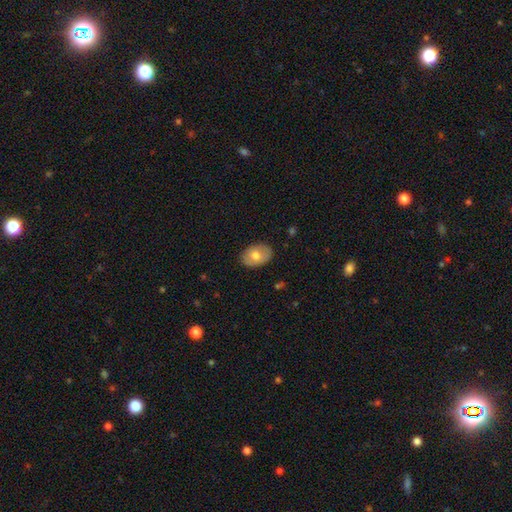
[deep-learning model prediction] Smooth or featured?
  - smooth: 70% *
  - featured or disk: 24%
  - star or artifact: 6%
How rounded?
  - in between: 84% *
  - round: 15%
  - cigar-shaped: 1%
Merging?
  - none: 85% *
  - minor disturbance: 12%
  - major disturbance: 2%
  - merger: 1%